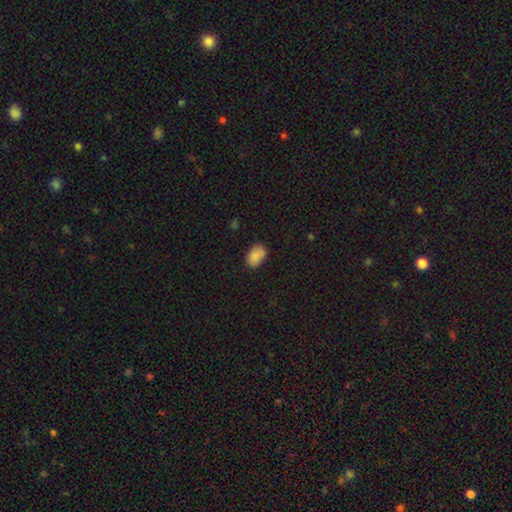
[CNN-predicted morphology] Smooth or featured: smooth — 85% (star or artifact — 8%)
How rounded: in between — 85% (round — 14%)
Merging: none — 69% (minor disturbance — 21%)